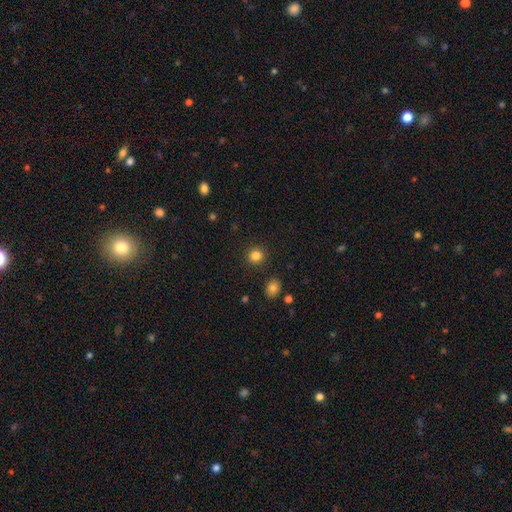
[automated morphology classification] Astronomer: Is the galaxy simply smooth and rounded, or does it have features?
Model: smooth — 83%.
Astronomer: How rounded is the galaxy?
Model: round — 89%.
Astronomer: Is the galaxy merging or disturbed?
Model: none — 91%.